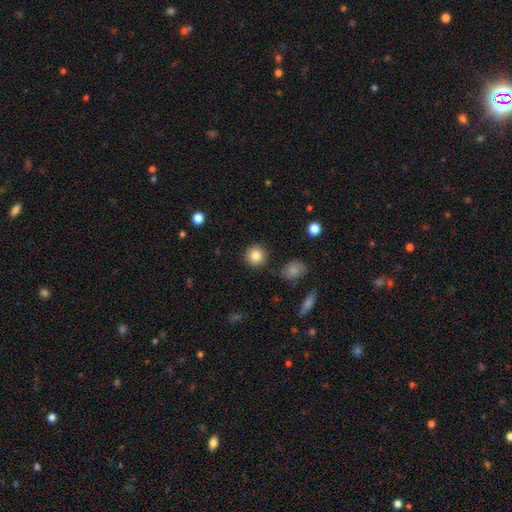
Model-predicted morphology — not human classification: A smooth galaxy with no disk features (83%) that is round (93%).

Vote fractions:
- Smooth or featured? smooth: 83% / star or artifact: 10% / featured or disk: 8%
- How rounded? round: 93% / in between: 6% / cigar-shaped: 1%
- Merging? none: 89% / minor disturbance: 7% / major disturbance: 2% / merger: 2%